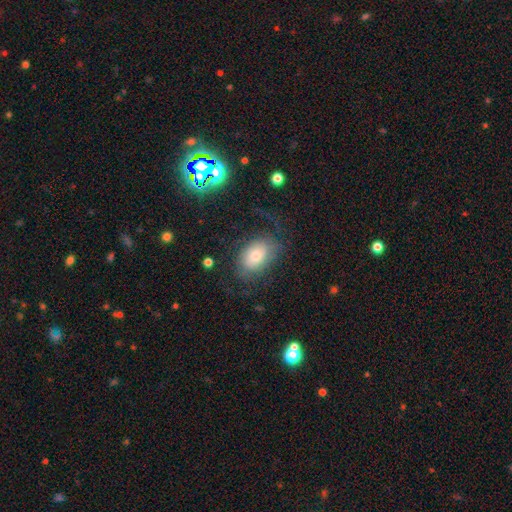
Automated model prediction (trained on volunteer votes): This is possibly a smooth galaxy (55%). How rounded: clearly in between (84%). Merging: possibly none (57%).